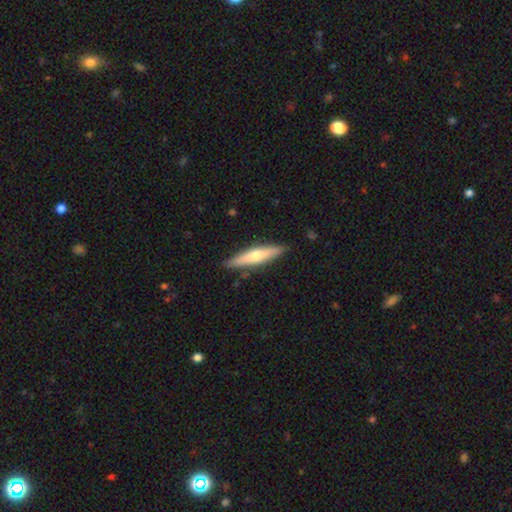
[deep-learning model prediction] Smooth or featured? Predicted: featured or disk (p=0.48). Merging? Predicted: none (p=0.89).